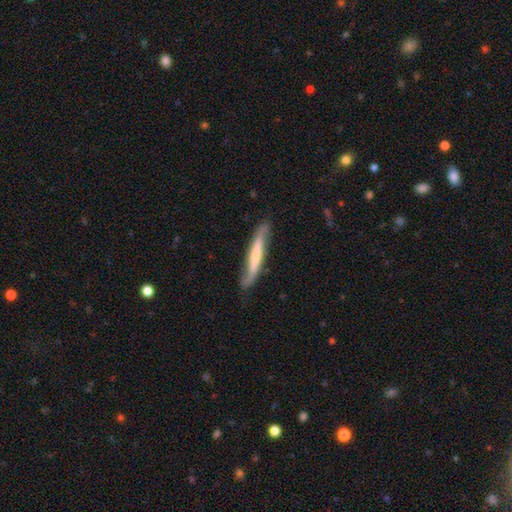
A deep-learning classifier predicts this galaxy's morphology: A featured or disk galaxy (60%) viewed edge-on (61%). Merging: none (75%).